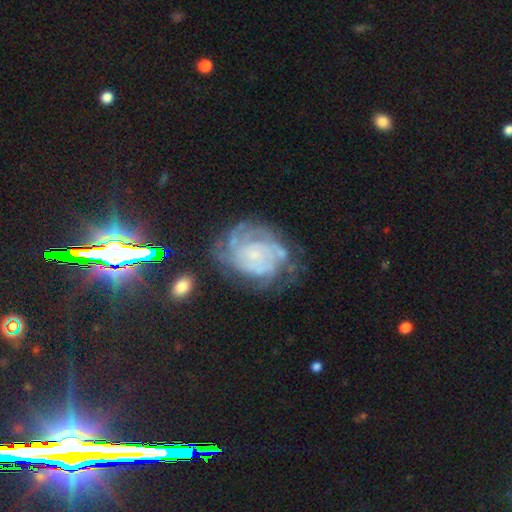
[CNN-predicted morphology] Smooth or featured?
  - featured or disk: 82% *
  - smooth: 9%
  - star or artifact: 8%
Edge-on disk?
  - no: 98% *
  - yes: 2%
Bar?
  - no: 74% *
  - weak: 21%
  - strong: 4%
Spiral arms?
  - yes: 93% *
  - no: 7%
Spiral winding?
  - tight: 70% *
  - medium: 24%
  - loose: 6%
Spiral arm count?
  - can't tell: 39% *
  - 3: 18%
  - 4: 15%
  - 2: 14%
  - more than 4: 8%
  - 1: 6%
Bulge size?
  - small: 72% *
  - none: 13%
  - moderate: 12%
  - large: 2%
  - dominant: 1%
Merging?
  - none: 60% *
  - minor disturbance: 22%
  - major disturbance: 14%
  - merger: 3%